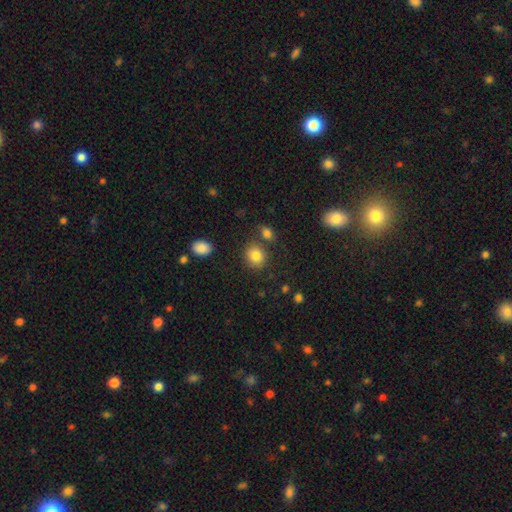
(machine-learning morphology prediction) Smooth or featured?
  - smooth: 84% *
  - star or artifact: 10%
  - featured or disk: 6%
How rounded?
  - round: 75% *
  - in between: 24%
  - cigar-shaped: 1%
Merging?
  - none: 79% *
  - minor disturbance: 10%
  - merger: 9%
  - major disturbance: 3%